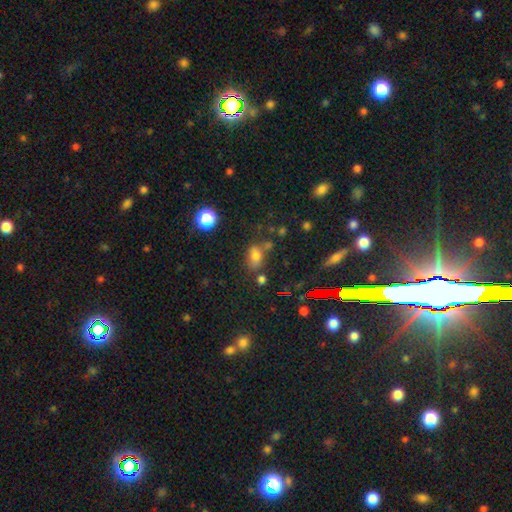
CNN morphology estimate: Smooth or featured?
  - smooth: 69% *
  - star or artifact: 21%
  - featured or disk: 11%
How rounded?
  - in between: 75% *
  - round: 23%
  - cigar-shaped: 3%
Merging?
  - none: 58% *
  - minor disturbance: 19%
  - merger: 15%
  - major disturbance: 8%